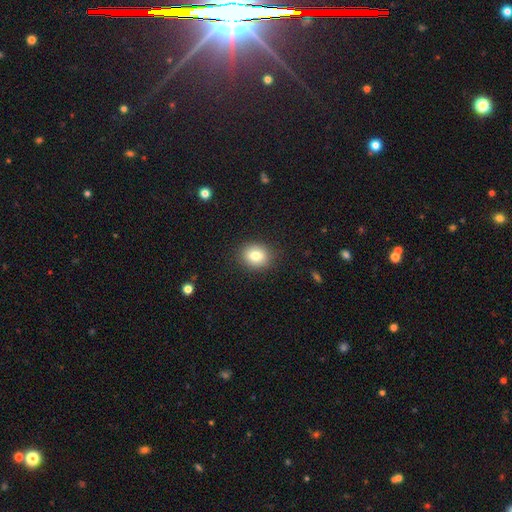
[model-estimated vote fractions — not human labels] Smooth or featured? Predicted: smooth (p=0.80). How rounded? Predicted: round (p=0.66). Merging? Predicted: none (p=0.89).